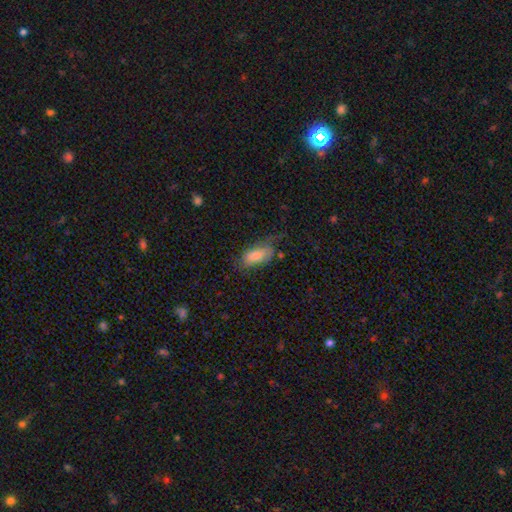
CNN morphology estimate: Q: Smooth or featured?
A: smooth (74%); runner-up: featured or disk (18%)
Q: How rounded?
A: in between (85%); runner-up: cigar-shaped (12%)
Q: Merging?
A: none (53%); runner-up: minor disturbance (30%)